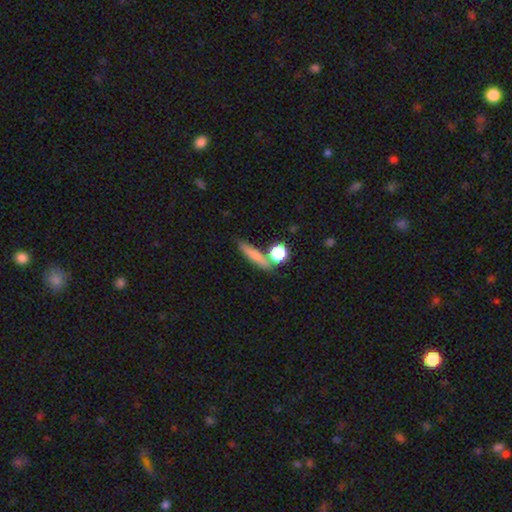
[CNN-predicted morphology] The model was most divided on "how rounded": cigar-shaped: 64%, in between: 19%, round: 17%. More confident: smooth or featured — smooth (71%); merging — none (66%).